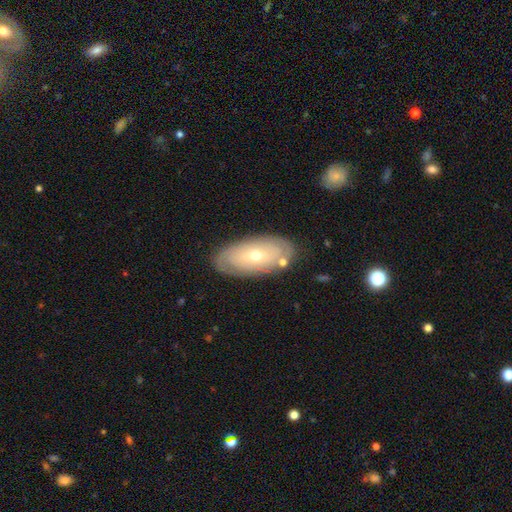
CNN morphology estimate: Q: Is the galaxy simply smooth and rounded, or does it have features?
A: featured or disk — 56%.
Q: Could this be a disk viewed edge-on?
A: no — 86%.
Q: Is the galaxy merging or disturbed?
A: none — 80%.